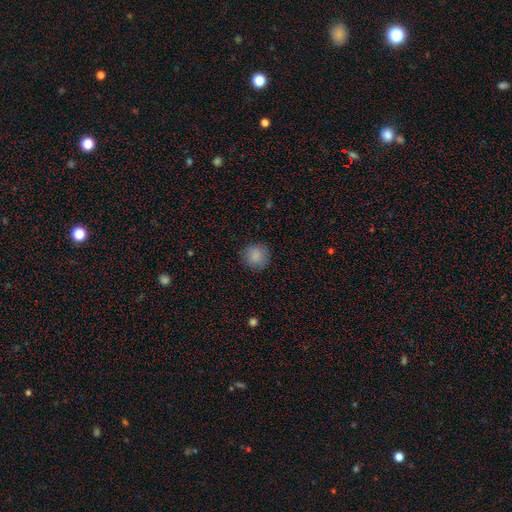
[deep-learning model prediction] smooth 87%, star or artifact 9%, featured or disk 4%. Down the decision tree: how rounded — round (93%); merging — none (88%).